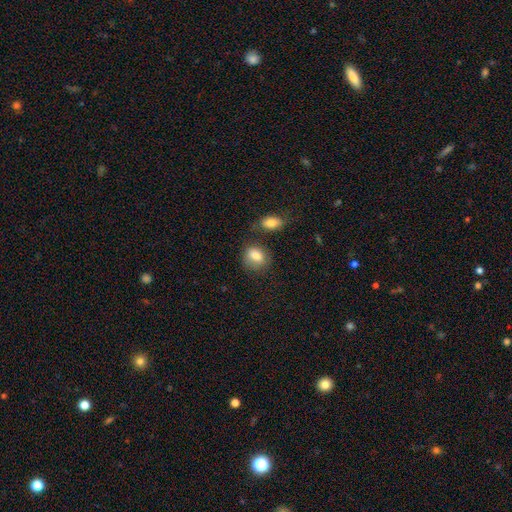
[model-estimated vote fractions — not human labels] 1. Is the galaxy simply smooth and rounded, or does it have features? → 83% smooth, 9% featured or disk, 8% star or artifact.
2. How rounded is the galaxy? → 54% in between, 45% round, 2% cigar-shaped.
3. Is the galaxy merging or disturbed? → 62% none, 19% minor disturbance, 13% merger, 7% major disturbance.